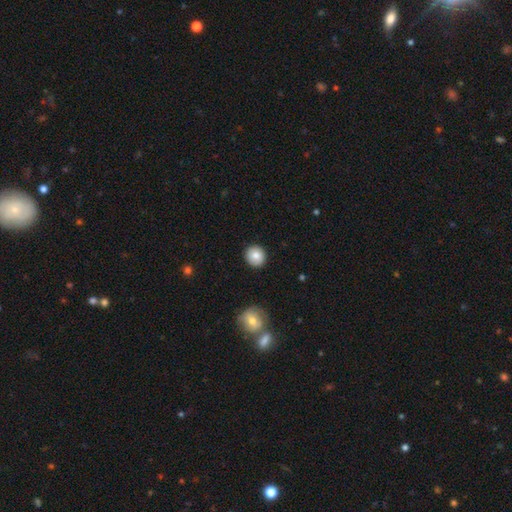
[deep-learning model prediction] smooth_or_featured: smooth (p=0.84) [alt: star or artifact p=0.08]
how_rounded: round (p=0.91) [alt: in between p=0.08]
merging: none (p=0.91) [alt: minor disturbance p=0.06]